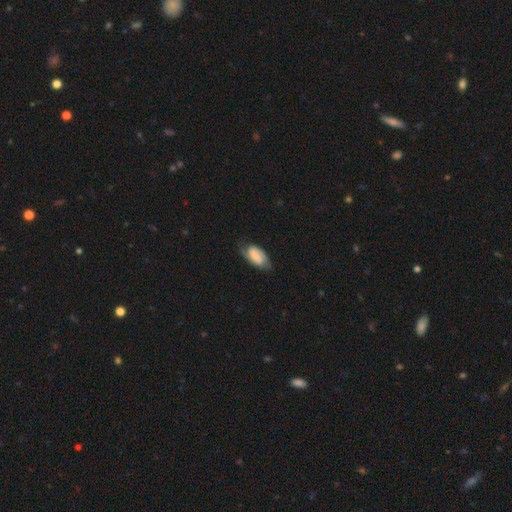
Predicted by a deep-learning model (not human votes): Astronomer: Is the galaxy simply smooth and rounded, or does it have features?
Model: featured or disk — 47% (runner-up: smooth, 45%).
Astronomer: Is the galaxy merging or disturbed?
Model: none — 63%.